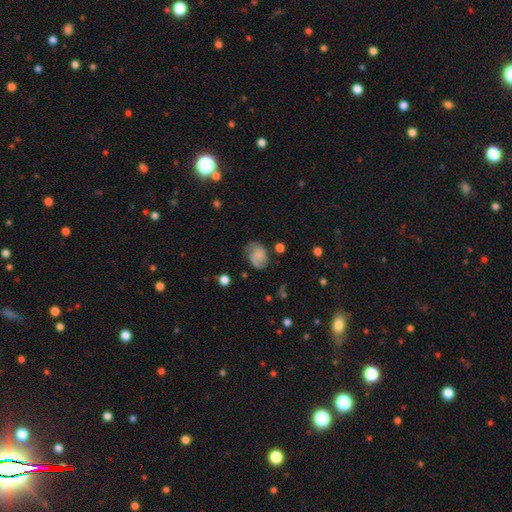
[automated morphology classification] Q: Smooth or featured?
A: smooth (61%); runner-up: featured or disk (29%)
Q: How rounded?
A: in between (61%); runner-up: round (38%)
Q: Merging?
A: none (53%); runner-up: minor disturbance (30%)